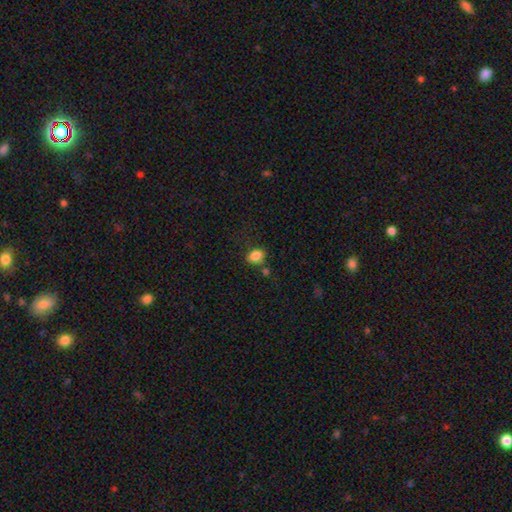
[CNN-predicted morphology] smooth-or-featured: smooth: 84% | star or artifact: 10% | featured or disk: 6%
  how-rounded: in between: 70% | round: 29% | cigar-shaped: 1%
  merging: none: 66% | minor disturbance: 17% | merger: 12% | major disturbance: 5%